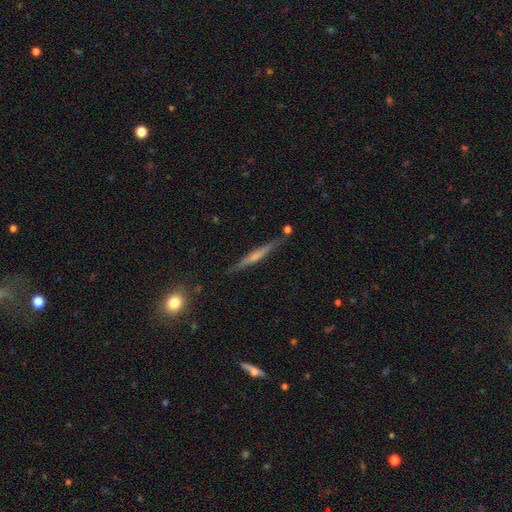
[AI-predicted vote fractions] Smooth or featured? Predicted: featured or disk (p=0.58). Edge-on disk? Predicted: yes (p=0.96). Edge-on bulge? Predicted: none (p=0.47). Merging? Predicted: none (p=0.83).